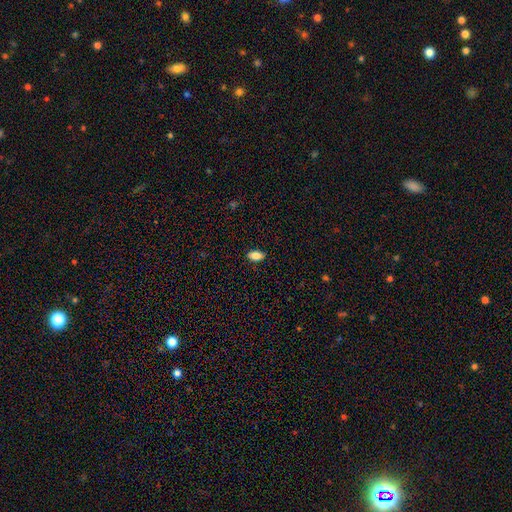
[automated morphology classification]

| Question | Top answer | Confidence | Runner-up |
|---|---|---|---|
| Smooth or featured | smooth | 82% | featured or disk (9%) |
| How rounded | in between | 89% | cigar-shaped (6%) |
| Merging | none | 88% | minor disturbance (9%) |